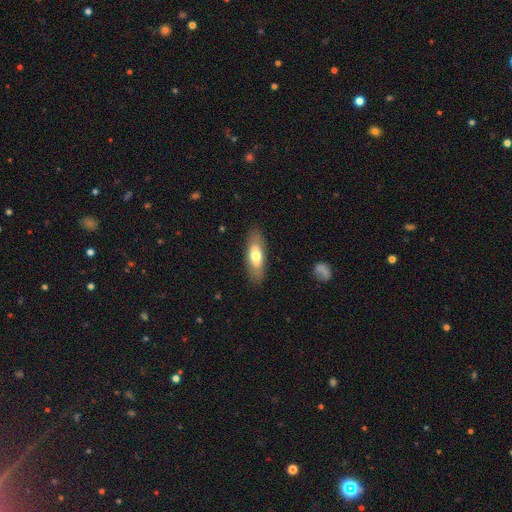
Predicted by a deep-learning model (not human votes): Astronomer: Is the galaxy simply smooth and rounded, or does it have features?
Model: smooth — 64%.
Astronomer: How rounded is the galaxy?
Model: in between — 65%.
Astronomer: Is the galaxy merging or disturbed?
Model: none — 85%.